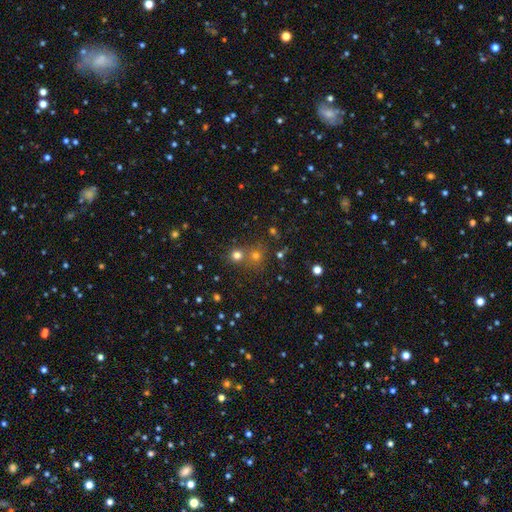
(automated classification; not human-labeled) smooth-or-featured: smooth: 65% | star or artifact: 27% | featured or disk: 8%
  how-rounded: round: 89% | in between: 10% | cigar-shaped: 1%
  merging: none: 61% | merger: 30% | minor disturbance: 7% | major disturbance: 3%